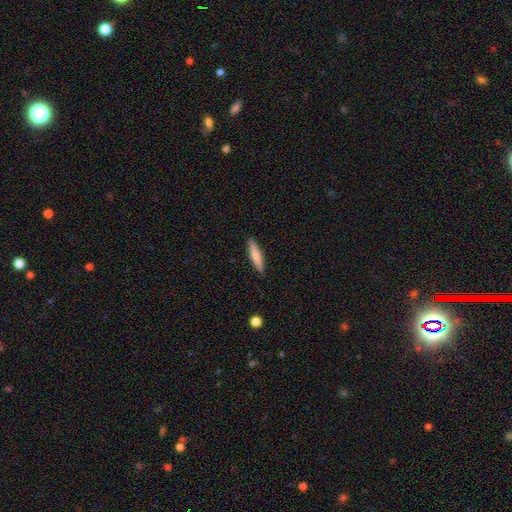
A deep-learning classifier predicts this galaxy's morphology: smooth_or_featured: smooth (p=0.72) [alt: featured or disk p=0.22]
how_rounded: cigar-shaped (p=0.85) [alt: in between p=0.13]
merging: none (p=0.90) [alt: minor disturbance p=0.07]